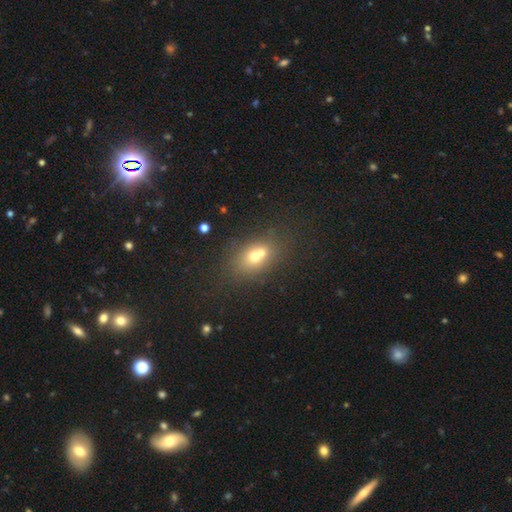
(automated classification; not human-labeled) A smooth galaxy with no disk features (63%) that is in between round and cigar-shaped (65%). Merging: merger (45%).